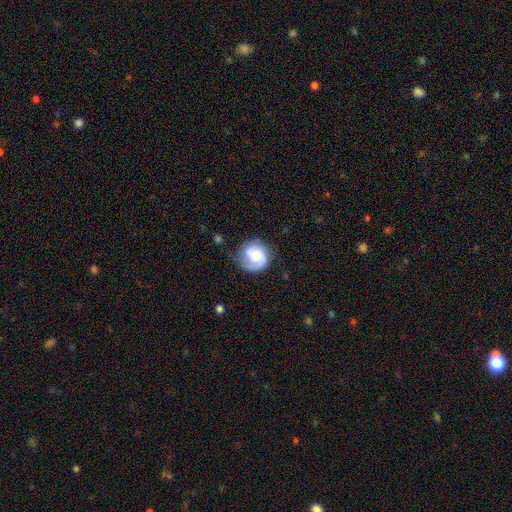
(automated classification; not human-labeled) smooth_or_featured: featured or disk (p=0.62) [alt: smooth p=0.31]
disk_edge_on: no (p=0.98) [alt: yes p=0.02]
bar: no (p=0.65) [alt: weak p=0.30]
has_spiral_arms: yes (p=0.91) [alt: no p=0.09]
spiral_winding: tight (p=0.45) [alt: medium p=0.37]
spiral_arm_count: 2 (p=0.47) [alt: 1 p=0.35]
bulge_size: moderate (p=0.38) [alt: small p=0.28]
merging: none (p=0.66) [alt: minor disturbance p=0.21]